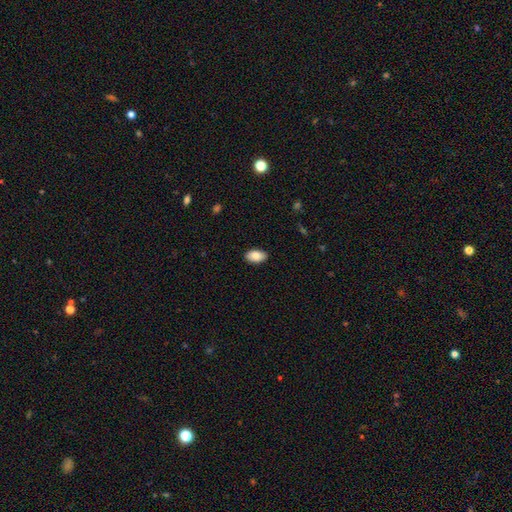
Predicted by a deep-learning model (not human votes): This appears to be a smooth galaxy with no disk features (85%) that is in between round and cigar-shaped (94%). Merging: none (89%).